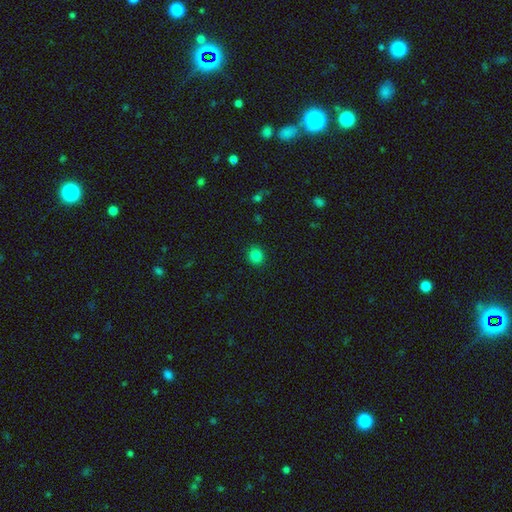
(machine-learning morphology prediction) Smooth or featured?
  - smooth: 83% *
  - star or artifact: 13%
  - featured or disk: 4%
How rounded?
  - round: 83% *
  - in between: 16%
  - cigar-shaped: 1%
Merging?
  - none: 91% *
  - minor disturbance: 6%
  - major disturbance: 2%
  - merger: 1%